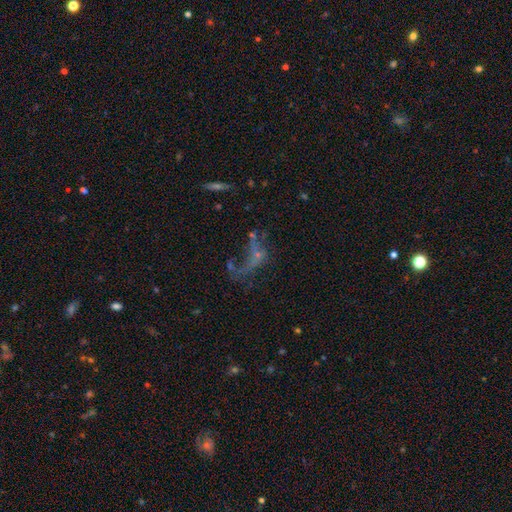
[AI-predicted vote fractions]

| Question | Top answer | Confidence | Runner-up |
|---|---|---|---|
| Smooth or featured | featured or disk | 50% | smooth (26%) |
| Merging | major disturbance | 43% | none (30%) |